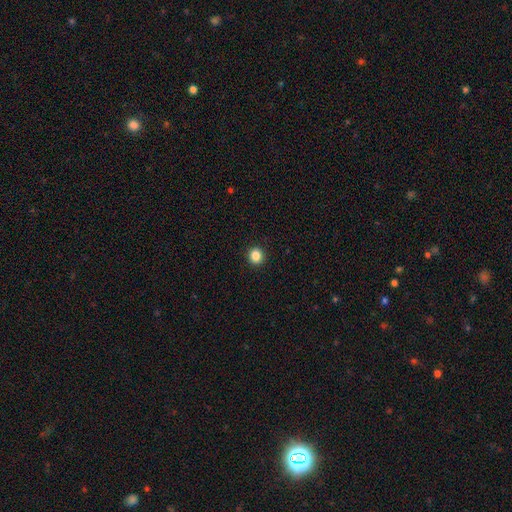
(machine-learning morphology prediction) type=smooth (86%); roundness=round (88%); merging=none (93%).